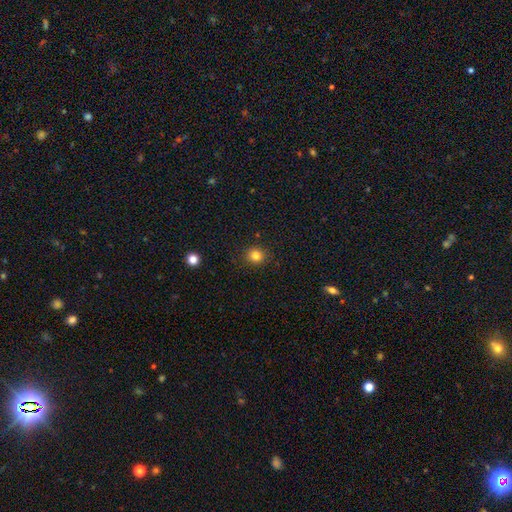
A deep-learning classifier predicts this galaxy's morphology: smooth_or_featured: smooth (p=0.82) [alt: star or artifact p=0.12]
how_rounded: round (p=0.85) [alt: in between p=0.14]
merging: none (p=0.89) [alt: minor disturbance p=0.07]